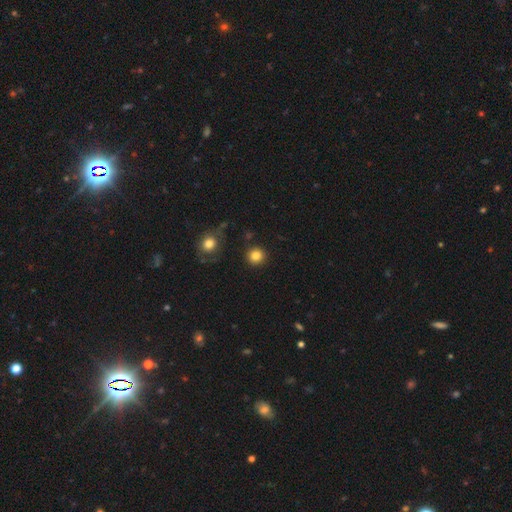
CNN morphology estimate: This is clearly a smooth galaxy (84%). How rounded: clearly round (93%). Merging: clearly none (90%).